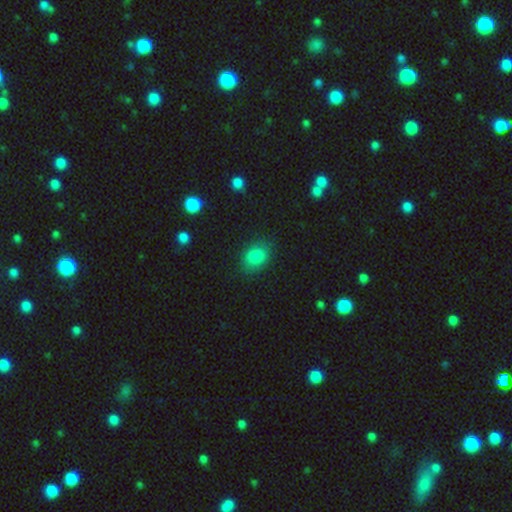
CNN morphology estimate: smooth 83%, star or artifact 10%, featured or disk 7%. Down the decision tree: how rounded — in between (62%); merging — none (79%).